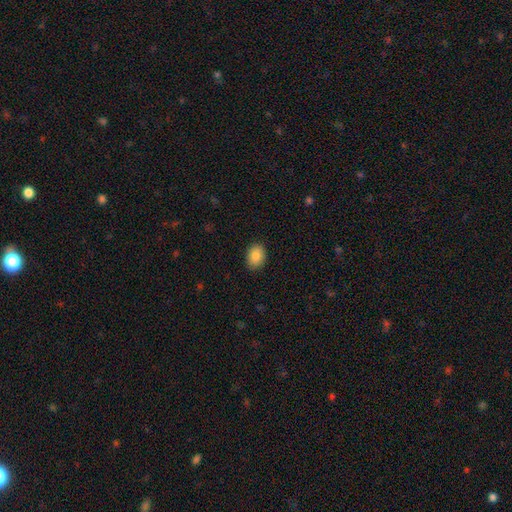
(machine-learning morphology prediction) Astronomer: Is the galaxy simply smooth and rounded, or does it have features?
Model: smooth — 87%.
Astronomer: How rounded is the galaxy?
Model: in between — 70%.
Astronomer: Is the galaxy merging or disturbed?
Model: none — 89%.